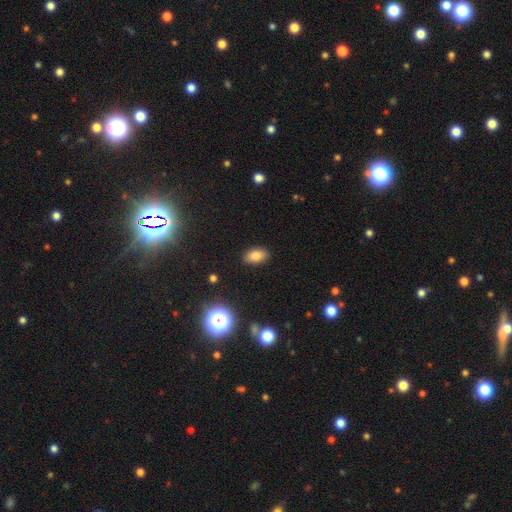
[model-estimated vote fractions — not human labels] smooth_or_featured: smooth (p=0.79) [alt: star or artifact p=0.12]
how_rounded: in between (p=0.90) [alt: round p=0.08]
merging: none (p=0.88) [alt: minor disturbance p=0.09]